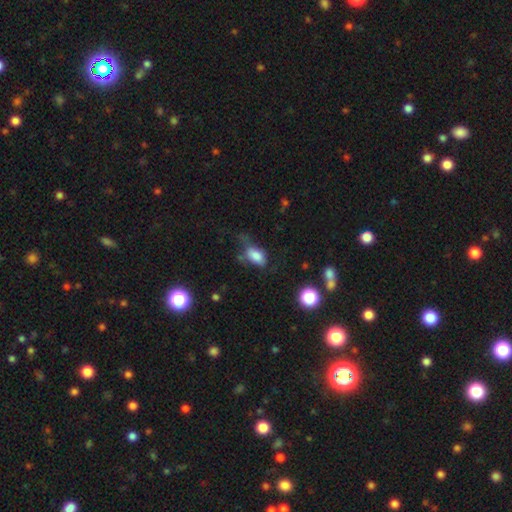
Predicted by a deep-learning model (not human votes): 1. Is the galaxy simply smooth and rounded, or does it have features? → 76% smooth, 14% featured or disk, 10% star or artifact.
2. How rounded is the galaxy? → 88% in between, 8% round, 4% cigar-shaped.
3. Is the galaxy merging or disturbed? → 35% none, 31% minor disturbance, 29% major disturbance, 5% merger.